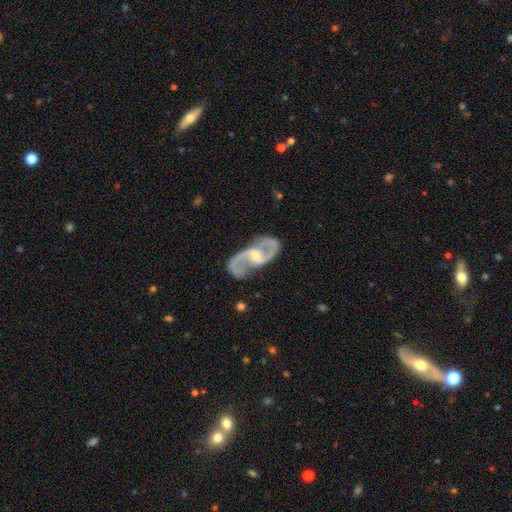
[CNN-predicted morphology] Q: Smooth or featured?
A: featured or disk (91%); runner-up: smooth (5%)
Q: Edge-on disk?
A: no (96%); runner-up: yes (4%)
Q: Bar?
A: weak (42%); runner-up: no (39%)
Q: Spiral arms?
A: yes (97%); runner-up: no (3%)
Q: Spiral winding?
A: medium (52%); runner-up: loose (36%)
Q: Spiral arm count?
A: 2 (93%); runner-up: can't tell (2%)
Q: Bulge size?
A: small (52%); runner-up: moderate (43%)
Q: Merging?
A: none (77%); runner-up: minor disturbance (15%)